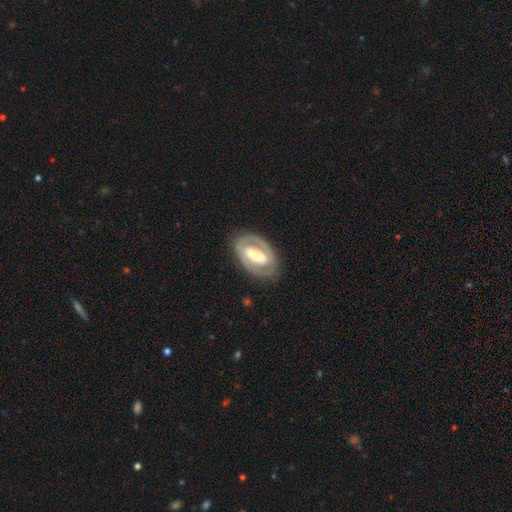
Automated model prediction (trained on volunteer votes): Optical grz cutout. It shows a featured or disk galaxy (71%) with a strong bar (53%), spiral arms (50%, tied with no) and a moderate central bulge (38%). Merging: none (76%).